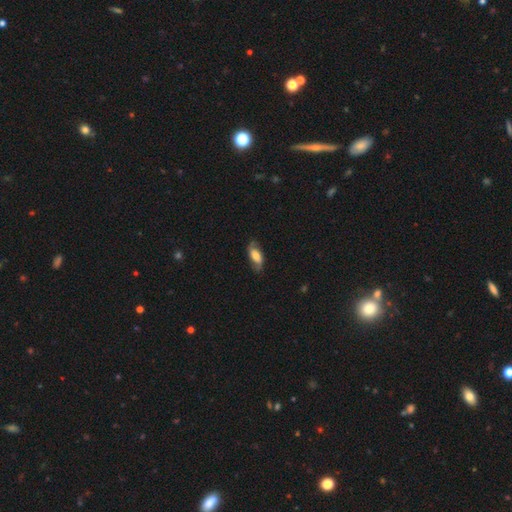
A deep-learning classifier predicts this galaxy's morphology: Q: Smooth or featured?
A: smooth (48%); runner-up: featured or disk (45%)
Q: Merging?
A: none (70%); runner-up: minor disturbance (21%)